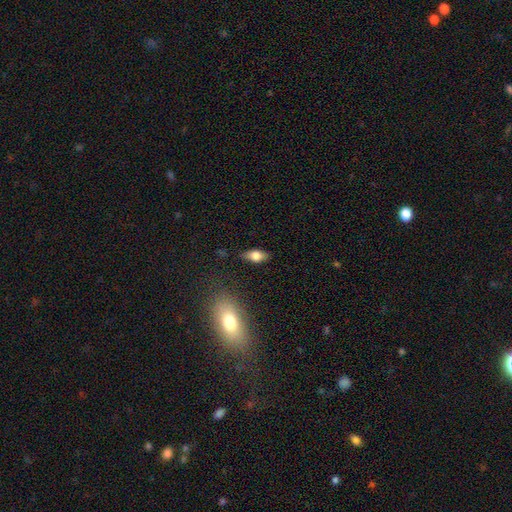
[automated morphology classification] This is likely a smooth galaxy (70%). How rounded: clearly in between (83%). Merging: clearly none (83%).